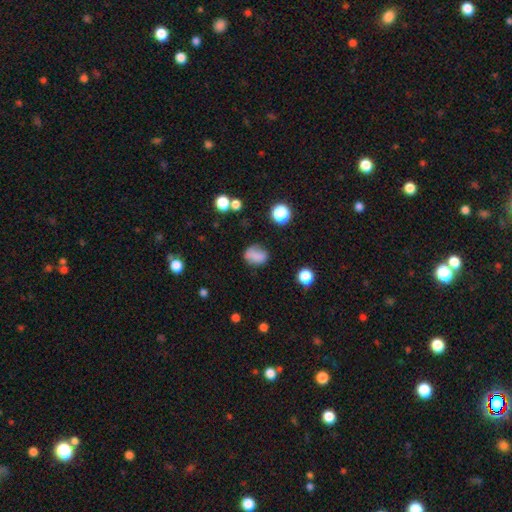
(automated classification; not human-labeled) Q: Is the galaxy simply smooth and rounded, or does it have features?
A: smooth — 78%.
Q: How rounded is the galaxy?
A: in between — 64%.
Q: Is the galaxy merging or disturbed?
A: none — 66%.